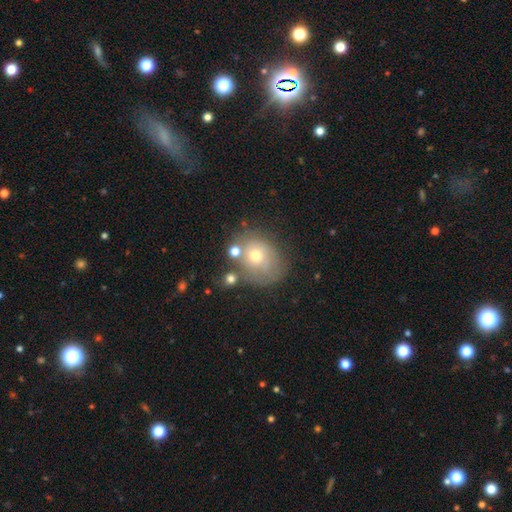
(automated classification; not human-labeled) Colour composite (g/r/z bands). It shows a smooth galaxy with no disk features (49%). Merging: none (55%).